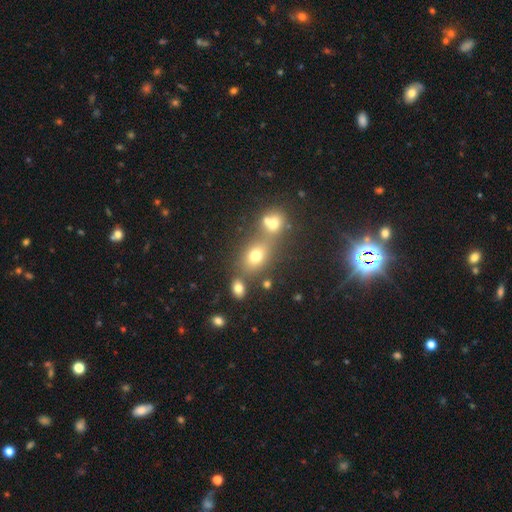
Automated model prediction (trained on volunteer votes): Smooth or featured? Predicted: smooth (p=0.70). How rounded? Predicted: in between (p=0.61). Merging? Predicted: none (p=0.52).